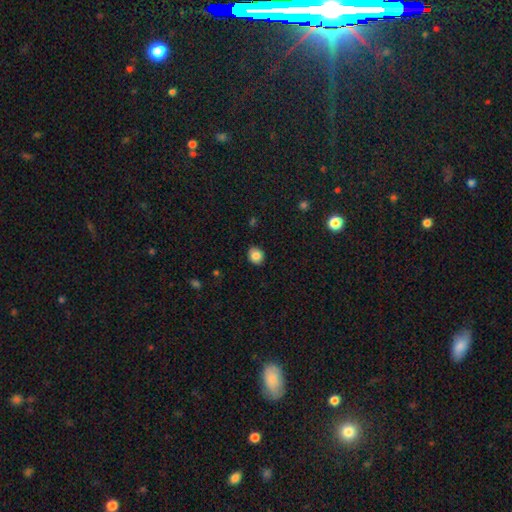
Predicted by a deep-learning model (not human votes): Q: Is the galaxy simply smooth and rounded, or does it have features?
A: smooth — 85%.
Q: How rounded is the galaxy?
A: round — 72%.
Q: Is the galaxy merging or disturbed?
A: none — 88%.